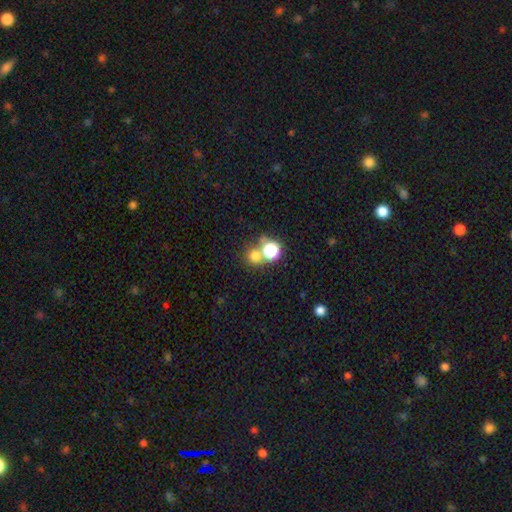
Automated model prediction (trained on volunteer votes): smooth_or_featured: smooth (p=0.69) [alt: star or artifact p=0.23]
how_rounded: round (p=0.88) [alt: in between p=0.11]
merging: none (p=0.60) [alt: merger p=0.30]